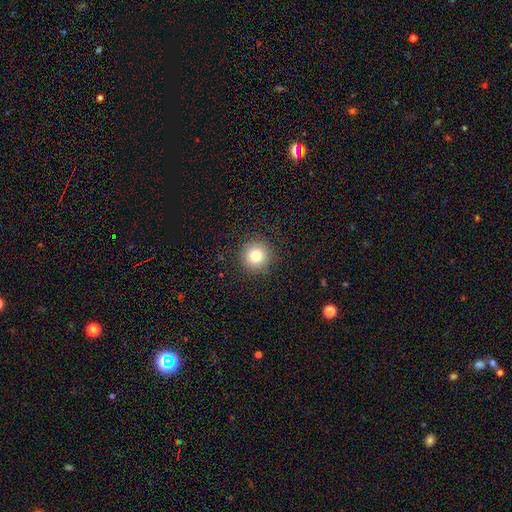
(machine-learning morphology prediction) Smooth or featured? smooth (80%)
How rounded? round (95%)
Merging? none (91%)